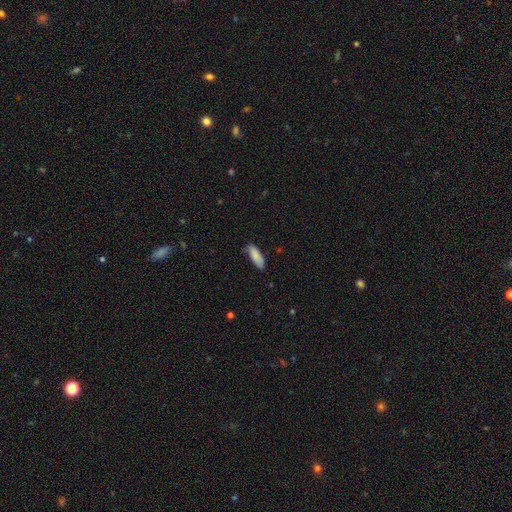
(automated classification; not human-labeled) Smooth or featured?
  - smooth: 88% *
  - star or artifact: 6%
  - featured or disk: 6%
How rounded?
  - in between: 60% *
  - cigar-shaped: 39%
  - round: 2%
Merging?
  - none: 77% *
  - minor disturbance: 19%
  - major disturbance: 3%
  - merger: 2%